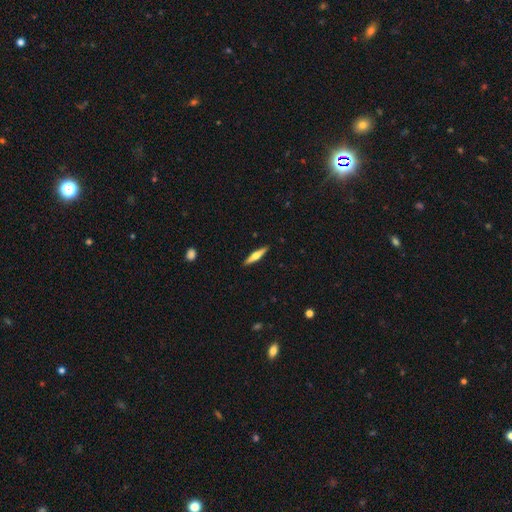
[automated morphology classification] This appears to be a featured or disk galaxy (50%) viewed edge-on (95%). Merging: none (91%).